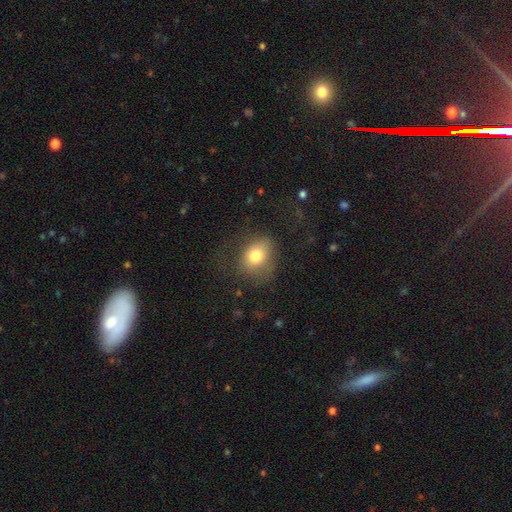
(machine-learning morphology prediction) Overall: smooth (76%). How rounded: in between (58%; round 40%). Merging: none (56%; minor disturbance 22%).